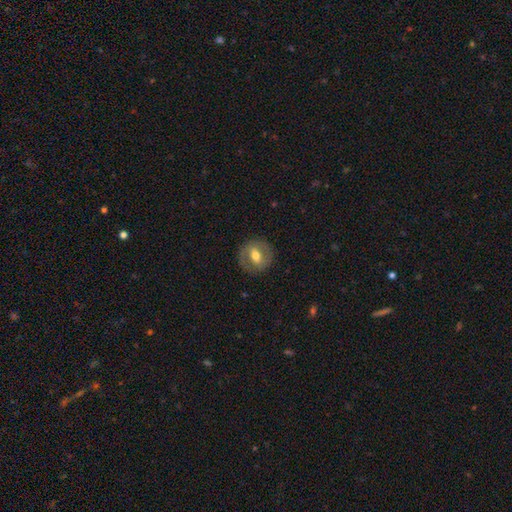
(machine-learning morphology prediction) Smooth or featured: featured or disk — 51% (smooth — 42%)
Edge-on disk: no — 94% (yes — 6%)
Merging: none — 84% (minor disturbance — 10%)